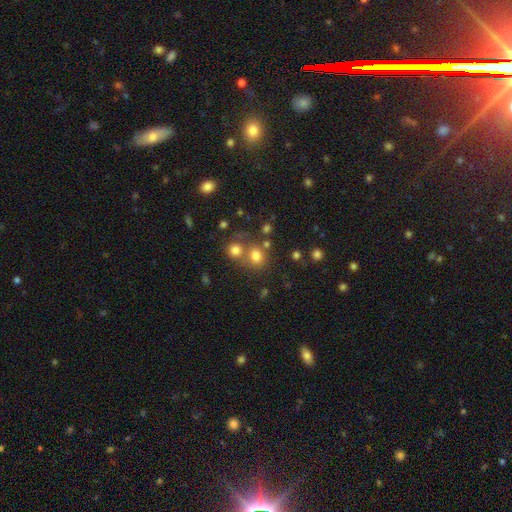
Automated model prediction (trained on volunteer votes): Smooth or featured? smooth (74%)
How rounded? round (69%)
Merging? none (48%)